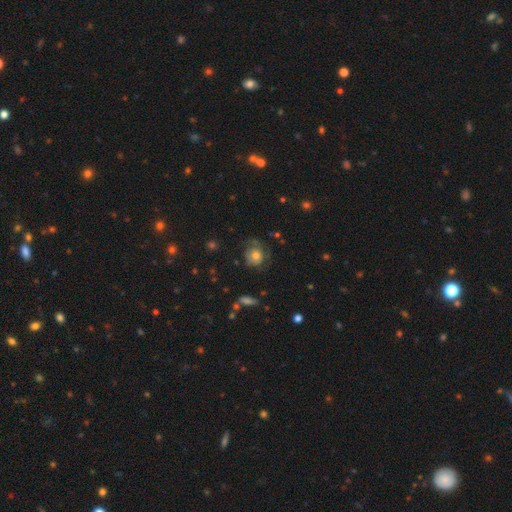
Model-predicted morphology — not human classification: A smooth galaxy with no disk features (45%, tied with featured or disk).

Vote fractions:
- Smooth or featured? smooth: 45% (tied) / featured or disk: 45% (tied) / star or artifact: 9%
- Merging? none: 55% / minor disturbance: 23% / major disturbance: 20% / merger: 2%